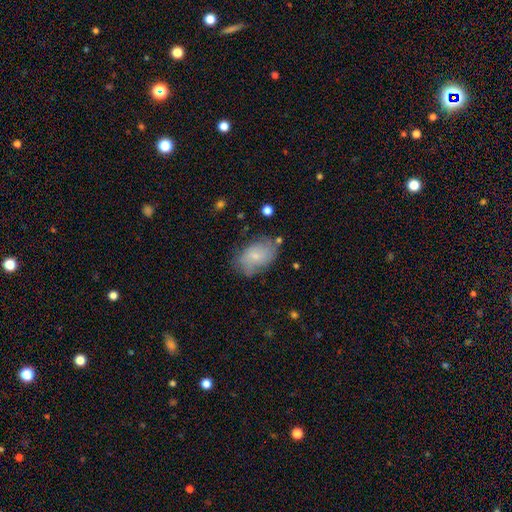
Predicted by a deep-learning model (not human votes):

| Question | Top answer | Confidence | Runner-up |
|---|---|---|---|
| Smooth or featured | smooth | 62% | featured or disk (30%) |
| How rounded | in between | 88% | round (11%) |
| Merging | none | 64% | minor disturbance (25%) |